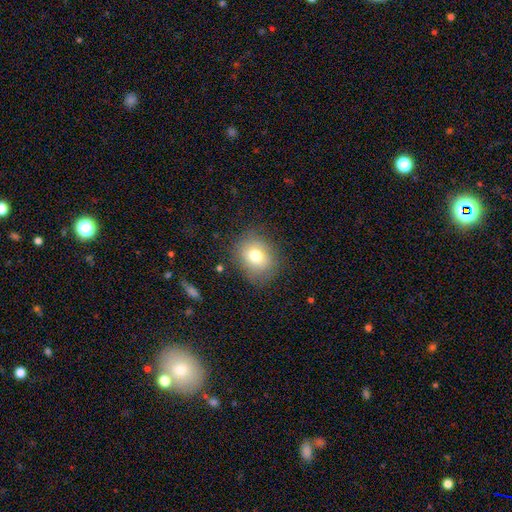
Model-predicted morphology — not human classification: Smooth or featured?
  - smooth: 74% *
  - featured or disk: 15%
  - star or artifact: 11%
How rounded?
  - round: 62% *
  - in between: 37%
  - cigar-shaped: 1%
Merging?
  - none: 79% *
  - minor disturbance: 14%
  - major disturbance: 5%
  - merger: 1%